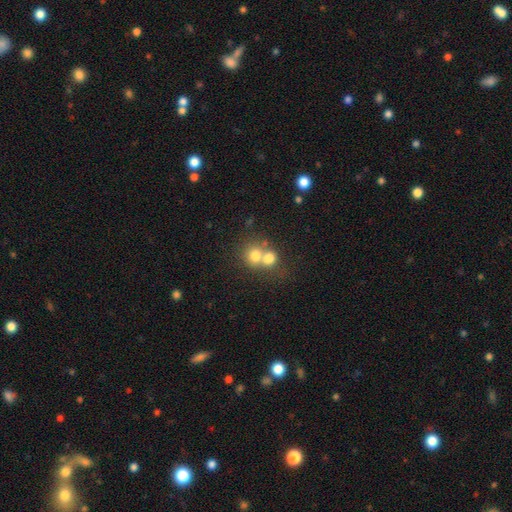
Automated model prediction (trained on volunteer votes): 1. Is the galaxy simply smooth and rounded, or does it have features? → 71% smooth, 17% featured or disk, 12% star or artifact.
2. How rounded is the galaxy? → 75% round, 24% in between, 1% cigar-shaped.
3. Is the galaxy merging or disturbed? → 62% merger, 29% none, 6% minor disturbance, 3% major disturbance.